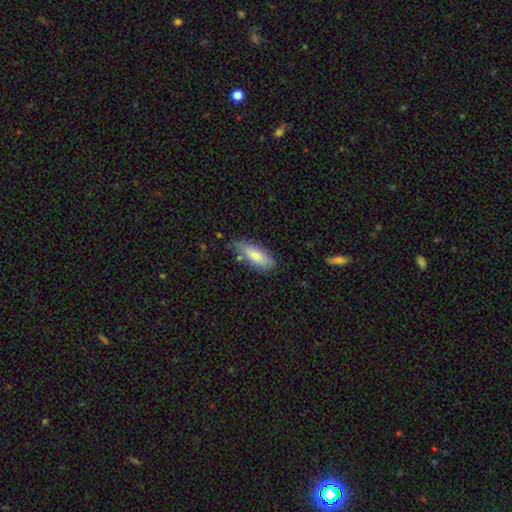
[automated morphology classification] Q: Smooth or featured?
A: smooth (77%); runner-up: featured or disk (17%)
Q: How rounded?
A: in between (75%); runner-up: cigar-shaped (23%)
Q: Merging?
A: none (60%); runner-up: minor disturbance (29%)